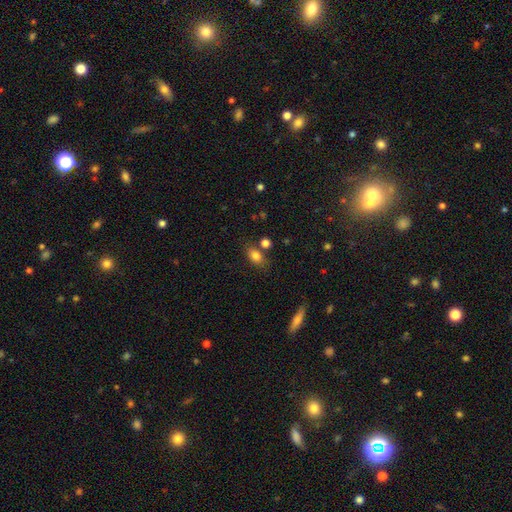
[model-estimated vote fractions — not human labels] This is clearly a smooth galaxy (81%). How rounded: likely in between (76%). Merging: likely none (71%).